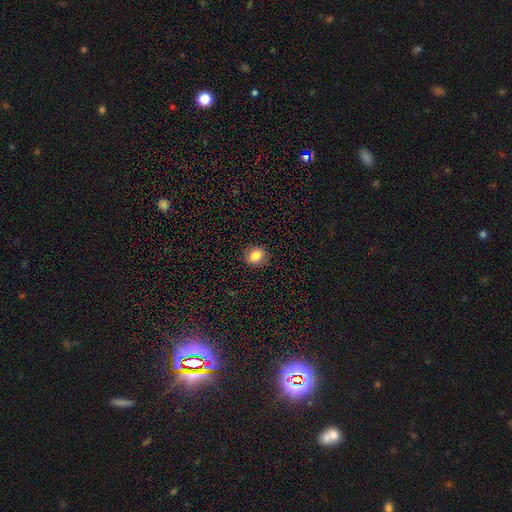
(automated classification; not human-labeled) smooth 85%, star or artifact 10%, featured or disk 5%. Down the decision tree: how rounded — round (76%); merging — none (89%).